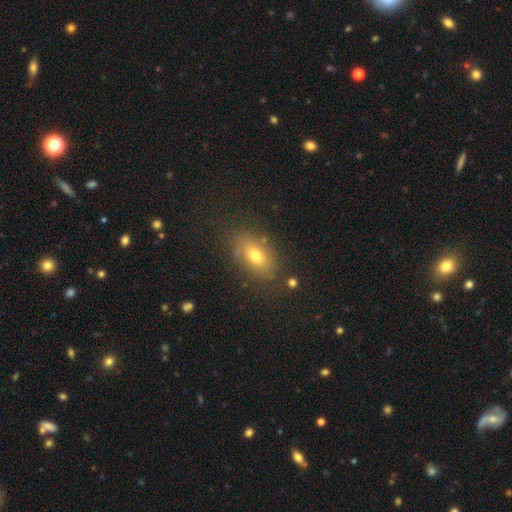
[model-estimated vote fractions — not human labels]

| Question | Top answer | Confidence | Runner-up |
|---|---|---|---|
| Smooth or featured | smooth | 69% | featured or disk (19%) |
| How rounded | in between | 86% | round (10%) |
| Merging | none | 77% | minor disturbance (15%) |